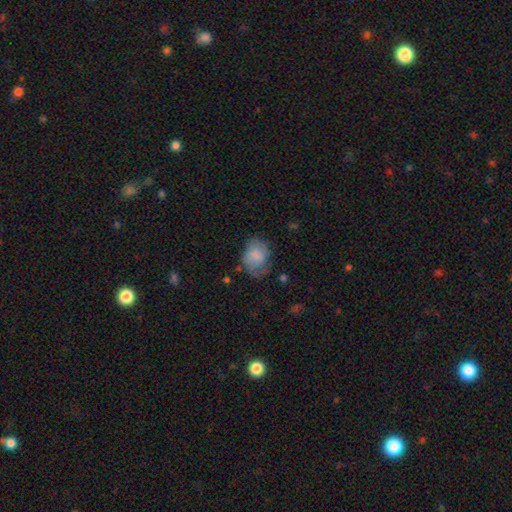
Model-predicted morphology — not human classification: The model was most divided on "merging": none: 47%, minor disturbance: 32%, major disturbance: 19%, merger: 2%. More confident: smooth or featured — smooth (68%); how rounded — in between (61%).